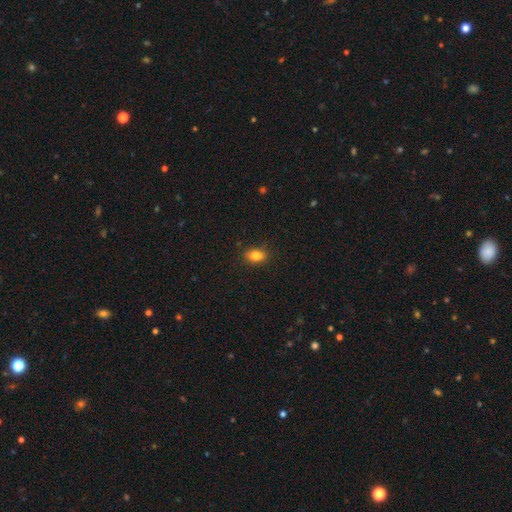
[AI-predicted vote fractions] This is clearly a smooth galaxy (84%). How rounded: clearly in between (84%). Merging: clearly none (85%).